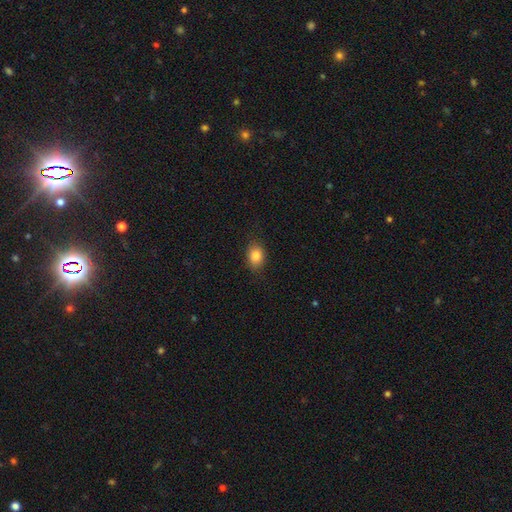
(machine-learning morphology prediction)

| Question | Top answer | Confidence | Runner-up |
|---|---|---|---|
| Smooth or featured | smooth | 85% | star or artifact (9%) |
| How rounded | in between | 70% | round (28%) |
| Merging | none | 83% | minor disturbance (13%) |